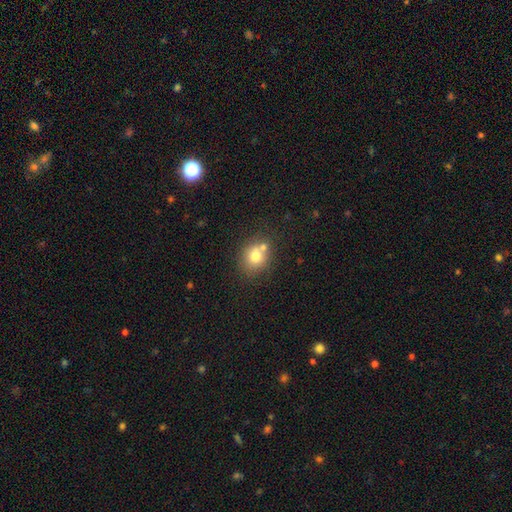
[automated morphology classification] A smooth galaxy with no disk features (74%) that is round (67%). Merging: none (57%).